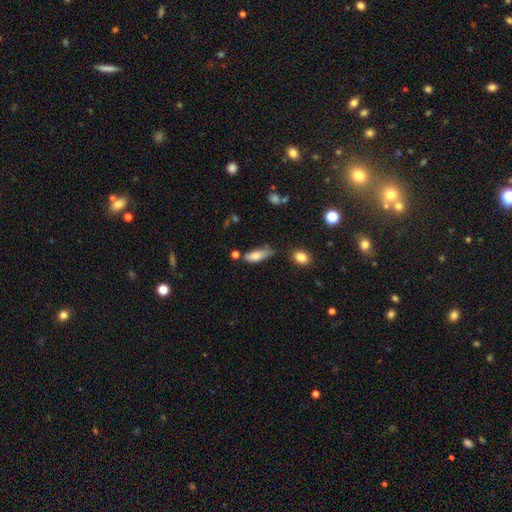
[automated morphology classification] A smooth galaxy with no disk features (80%) that is in between round and cigar-shaped (70%).

Vote fractions:
- Smooth or featured? smooth: 80% / featured or disk: 12% / star or artifact: 8%
- How rounded? in between: 70% / cigar-shaped: 28% / round: 2%
- Merging? none: 44% / minor disturbance: 36% / major disturbance: 11% / merger: 9%